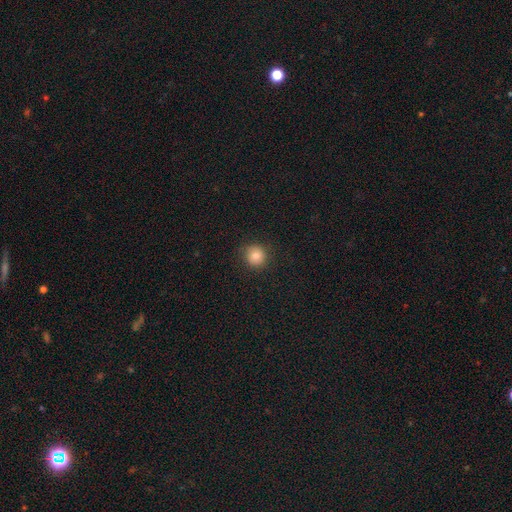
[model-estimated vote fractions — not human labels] smooth_or_featured: smooth (p=0.80) [alt: star or artifact p=0.12]
how_rounded: round (p=0.91) [alt: in between p=0.08]
merging: none (p=0.87) [alt: minor disturbance p=0.09]